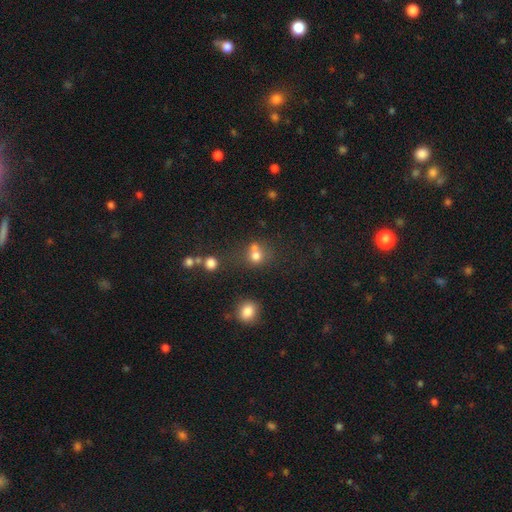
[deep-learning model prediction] smooth_or_featured: smooth (p=0.63) [alt: star or artifact p=0.26]
how_rounded: round (p=0.79) [alt: in between p=0.20]
merging: none (p=0.48) [alt: merger p=0.37]